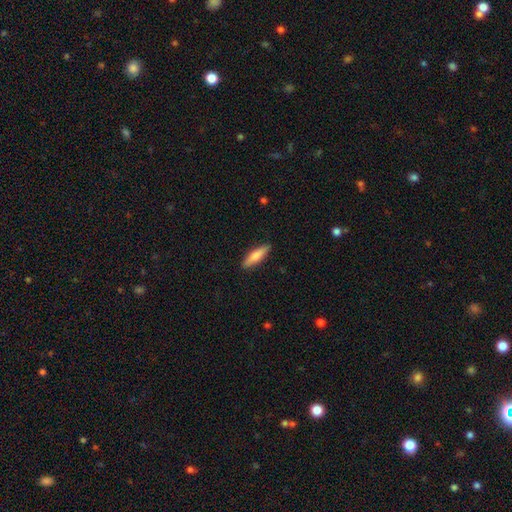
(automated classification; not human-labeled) A smooth galaxy with no disk features (75%) that is cigar-shaped (68%). Merging: none (89%).